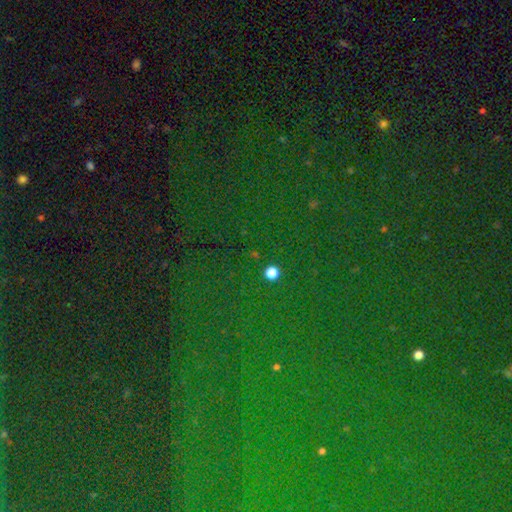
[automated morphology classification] Q: Smooth or featured?
A: star or artifact (79%); runner-up: smooth (12%)